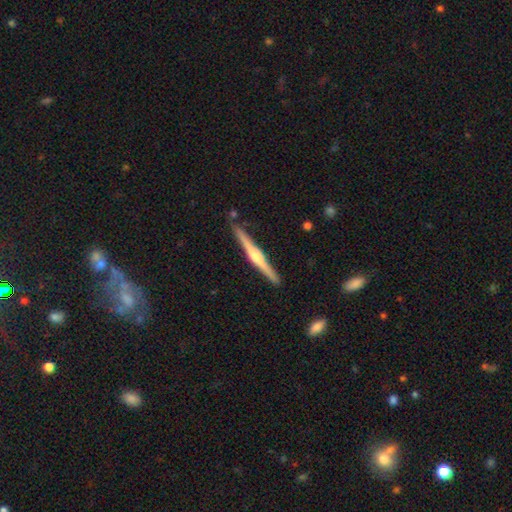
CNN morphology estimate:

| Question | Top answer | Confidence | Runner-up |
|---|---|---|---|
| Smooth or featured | featured or disk | 78% | smooth (17%) |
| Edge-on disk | yes | 99% | no (1%) |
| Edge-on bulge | rounded | 87% | boxy (8%) |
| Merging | none | 90% | minor disturbance (7%) |